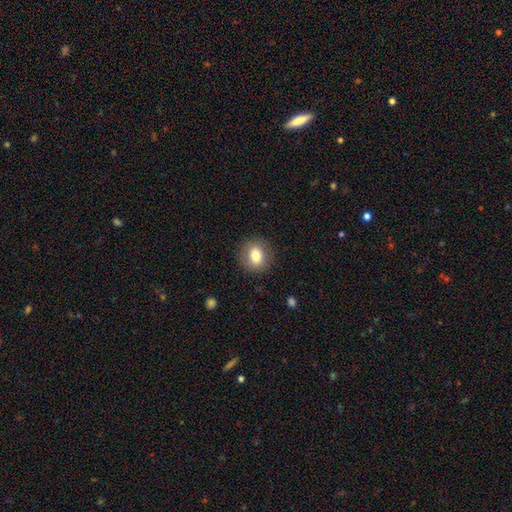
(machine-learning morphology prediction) The model was most divided on "how rounded": round: 79%, in between: 20%, cigar-shaped: 1%. More confident: merging — none (88%); smooth or featured — smooth (78%).